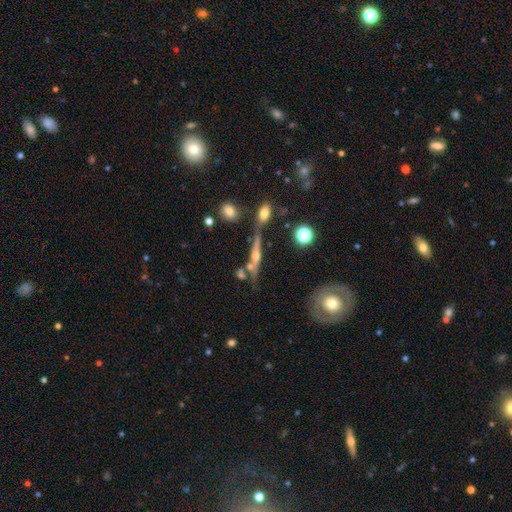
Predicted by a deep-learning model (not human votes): smooth-or-featured: featured or disk: 70% | smooth: 20% | star or artifact: 11%
  disk-edge-on: yes: 92% | no: 8%
    edge-on-bulge: rounded: 87% | none: 7% | boxy: 6%
  merging: none: 61% | merger: 19% | minor disturbance: 15% | major disturbance: 6%